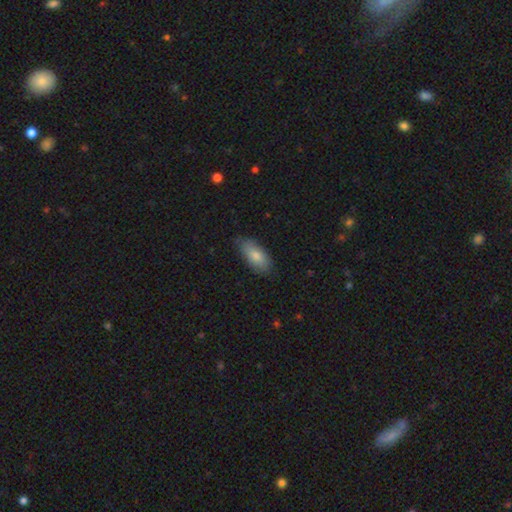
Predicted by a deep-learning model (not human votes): This is clearly a smooth galaxy (83%). How rounded: clearly in between (87%). Merging: likely none (72%).